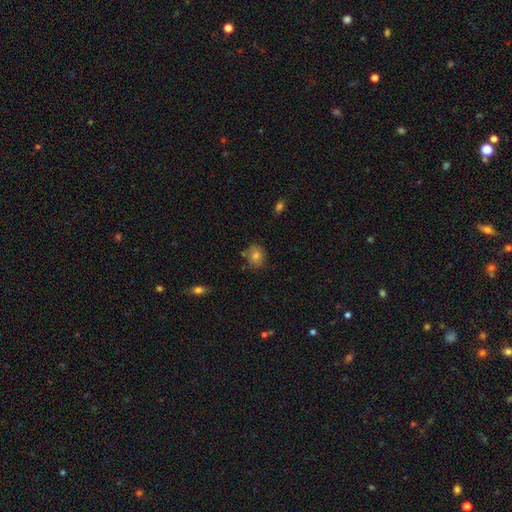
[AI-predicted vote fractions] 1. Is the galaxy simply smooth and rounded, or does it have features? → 75% smooth, 14% star or artifact, 10% featured or disk.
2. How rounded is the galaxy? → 56% round, 42% in between, 1% cigar-shaped.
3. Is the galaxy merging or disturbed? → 79% none, 14% minor disturbance, 4% merger, 3% major disturbance.